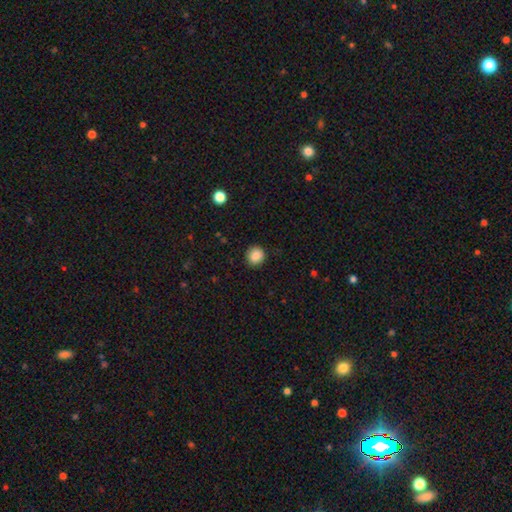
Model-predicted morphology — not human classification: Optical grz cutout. It shows a smooth galaxy with no disk features (87%) that is round (88%). Merging: none (88%).